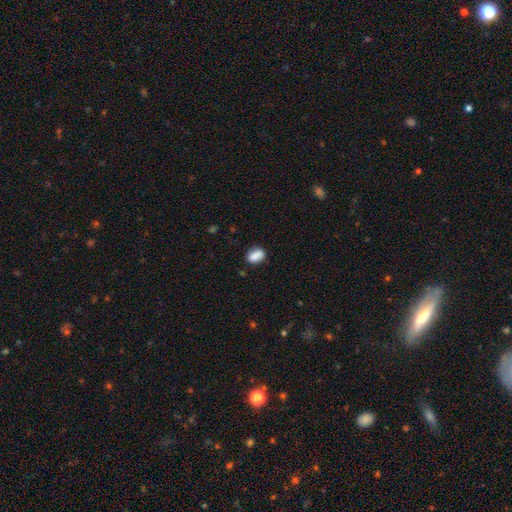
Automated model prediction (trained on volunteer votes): This is clearly a smooth galaxy (86%). How rounded: clearly in between (82%). Merging: likely none (76%).